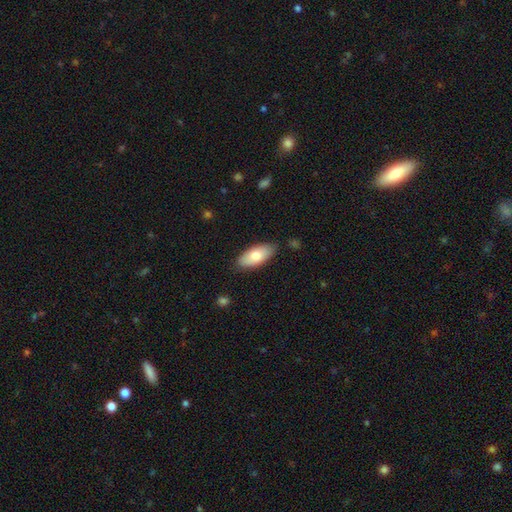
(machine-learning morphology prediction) type=smooth (75%); roundness=in between (87%); merging=none (84%).